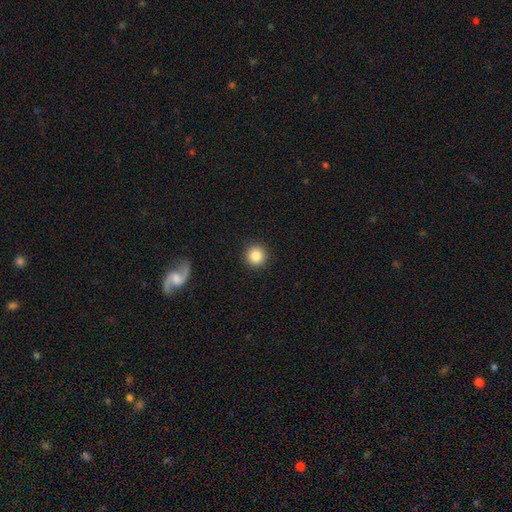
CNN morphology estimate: type=smooth (85%); roundness=round (95%); merging=none (92%).